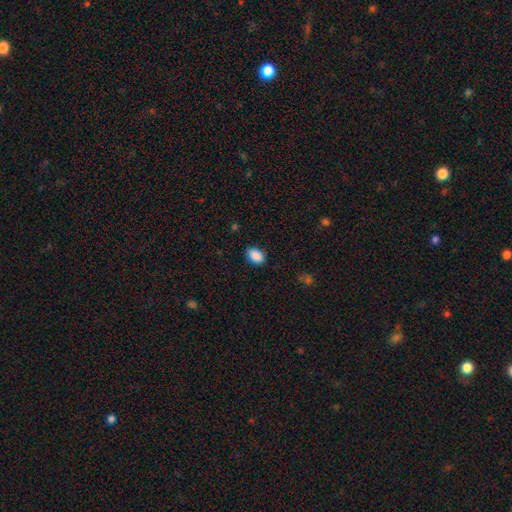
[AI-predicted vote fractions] A smooth galaxy with no disk features (89%) that is in between round and cigar-shaped (85%).

Vote fractions:
- Smooth or featured? smooth: 89% / star or artifact: 7% / featured or disk: 3%
- How rounded? in between: 85% / round: 13% / cigar-shaped: 1%
- Merging? none: 83% / minor disturbance: 13% / major disturbance: 3% / merger: 1%